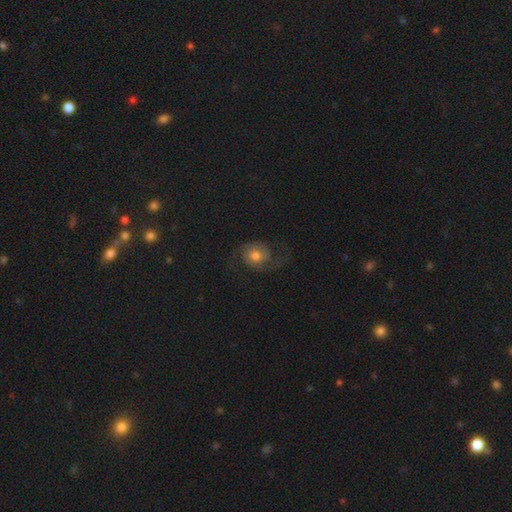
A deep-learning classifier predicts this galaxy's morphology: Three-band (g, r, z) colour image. It shows a featured or disk galaxy (54%) with no bar (76%), spiral arms (84%) and a moderate central bulge (65%). Merging: none (54%).